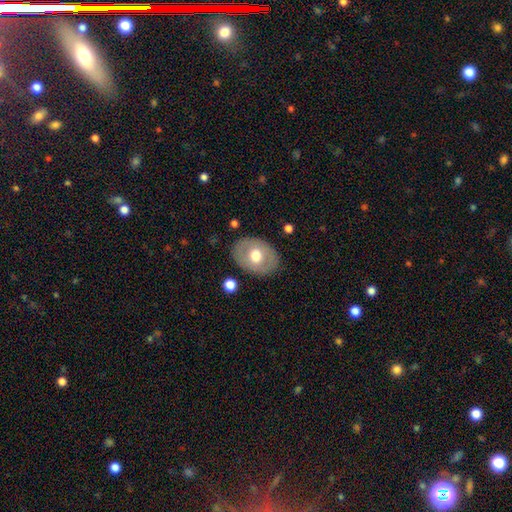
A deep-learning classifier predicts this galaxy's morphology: A smooth galaxy with no disk features (57%) that is in between round and cigar-shaped (69%). Merging: none (85%).